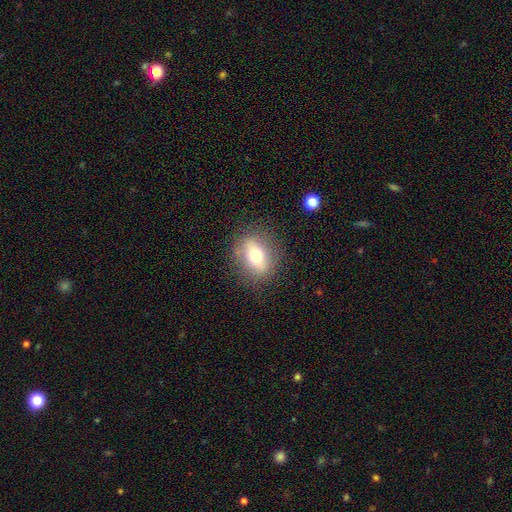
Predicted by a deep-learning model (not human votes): A smooth galaxy with no disk features (60%) that is in between round and cigar-shaped (62%).

Vote fractions:
- Smooth or featured? smooth: 60% / featured or disk: 31% / star or artifact: 10%
- How rounded? in between: 62% / round: 32% / cigar-shaped: 6%
- Merging? none: 83% / minor disturbance: 11% / major disturbance: 4% / merger: 1%